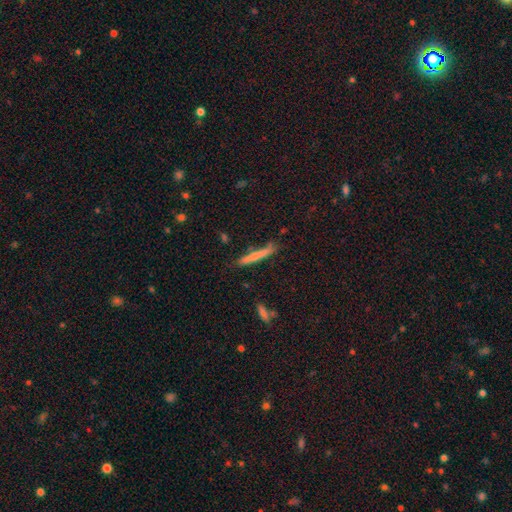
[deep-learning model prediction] Smooth or featured: smooth — 65% (featured or disk — 28%)
How rounded: cigar-shaped — 95% (in between — 4%)
Merging: none — 76% (minor disturbance — 17%)